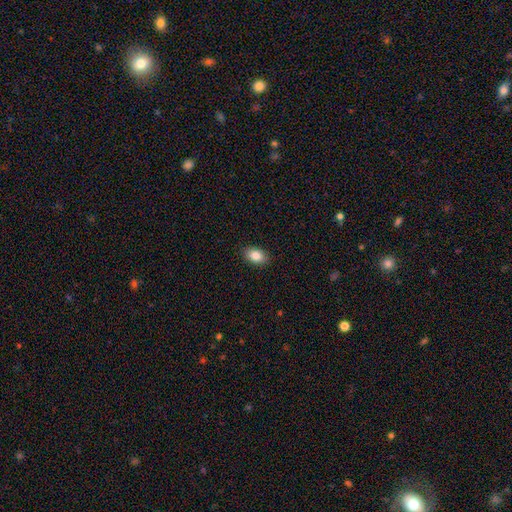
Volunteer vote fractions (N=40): Overall: smooth (82%). How rounded: in between (82%). Merging: none (97%).